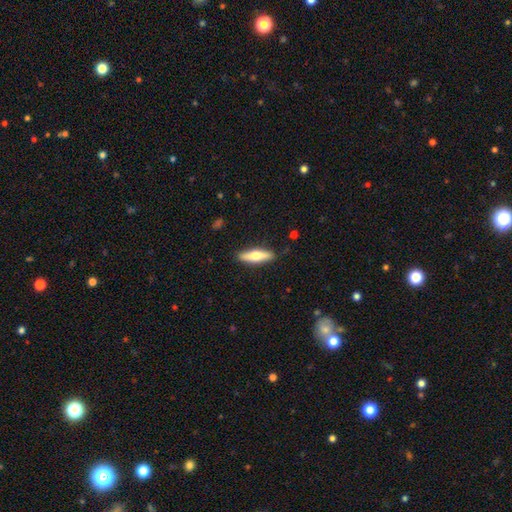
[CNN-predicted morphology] A smooth galaxy with no disk features (53%) that is cigar-shaped (62%).

Vote fractions:
- Smooth or featured? smooth: 53% / featured or disk: 41% / star or artifact: 5%
- How rounded? cigar-shaped: 62% / in between: 35% / round: 2%
- Merging? none: 88% / minor disturbance: 9% / major disturbance: 2% / merger: 1%